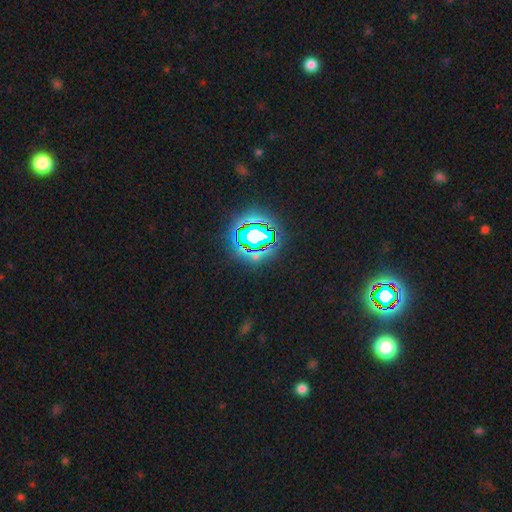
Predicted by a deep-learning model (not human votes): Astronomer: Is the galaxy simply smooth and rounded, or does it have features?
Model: star or artifact — 74%.